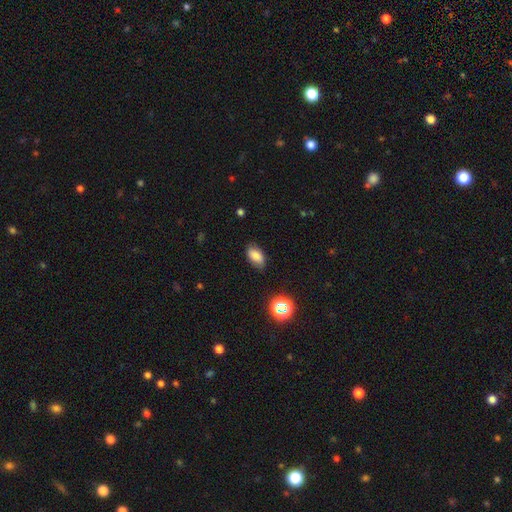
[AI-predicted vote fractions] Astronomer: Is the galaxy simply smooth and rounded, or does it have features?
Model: smooth — 80%.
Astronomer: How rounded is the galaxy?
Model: in between — 91%.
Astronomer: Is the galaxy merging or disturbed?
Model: none — 79%.